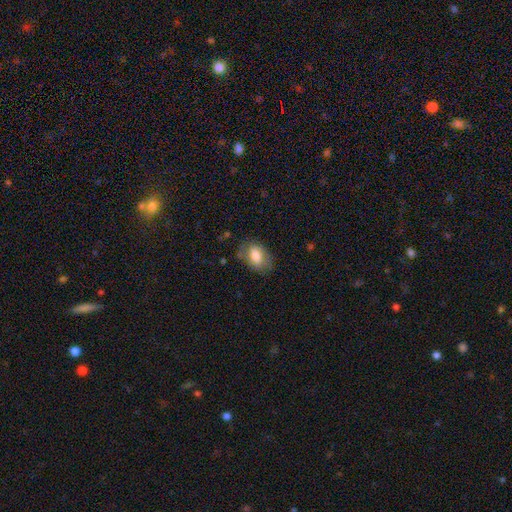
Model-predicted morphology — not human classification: type=smooth (75%); roundness=in between (84%); merging=none (65%).